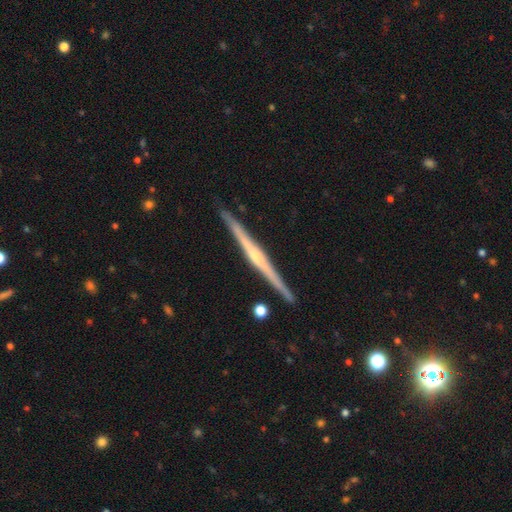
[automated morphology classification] A featured or disk galaxy (82%) viewed edge-on (98%) with a rounded central bulge (66%). Merging: none (90%).